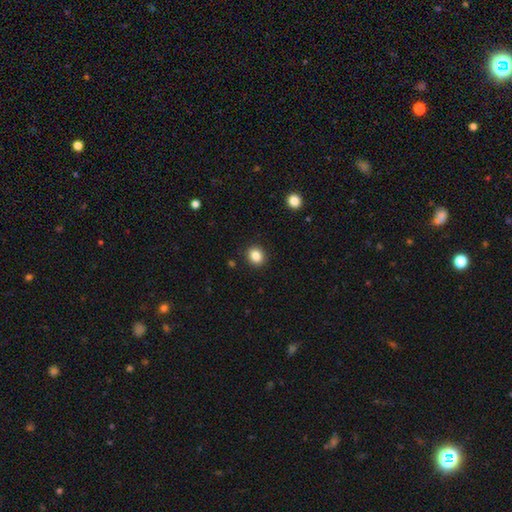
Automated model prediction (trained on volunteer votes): Smooth or featured?
  - smooth: 86% *
  - star or artifact: 10%
  - featured or disk: 4%
How rounded?
  - round: 71% *
  - in between: 29%
  - cigar-shaped: 1%
Merging?
  - none: 91% *
  - minor disturbance: 6%
  - major disturbance: 2%
  - merger: 1%